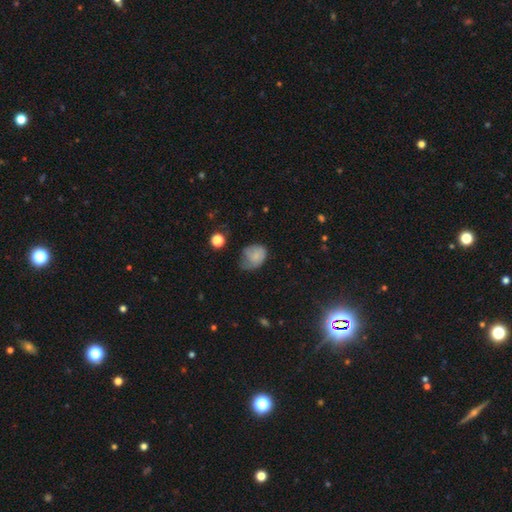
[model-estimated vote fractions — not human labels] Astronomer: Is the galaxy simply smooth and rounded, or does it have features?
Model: smooth — 69%.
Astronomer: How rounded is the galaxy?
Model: in between — 53% (runner-up: round, 46%).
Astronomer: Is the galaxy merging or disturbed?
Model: minor disturbance — 42% (runner-up: none, 32%).